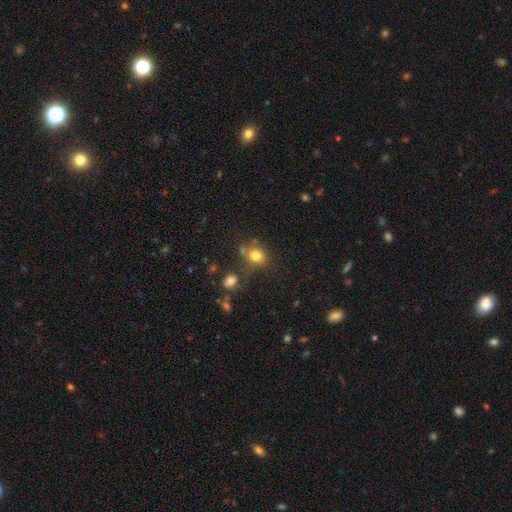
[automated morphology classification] The model was most divided on "how rounded": round: 60%, in between: 39%, cigar-shaped: 1%. More confident: smooth or featured — smooth (79%); merging — none (63%).